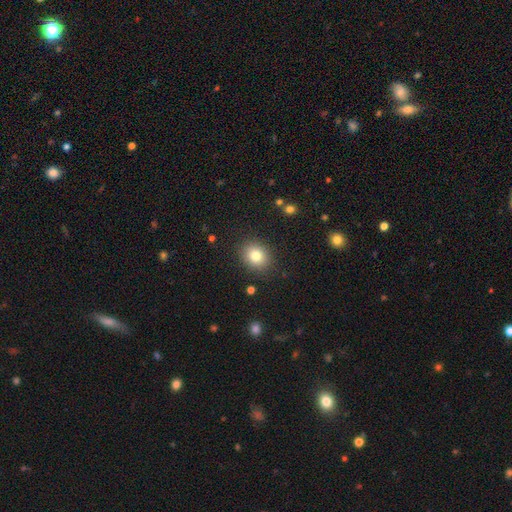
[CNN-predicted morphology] A smooth galaxy with no disk features (81%) that is round (63%). Merging: none (87%).